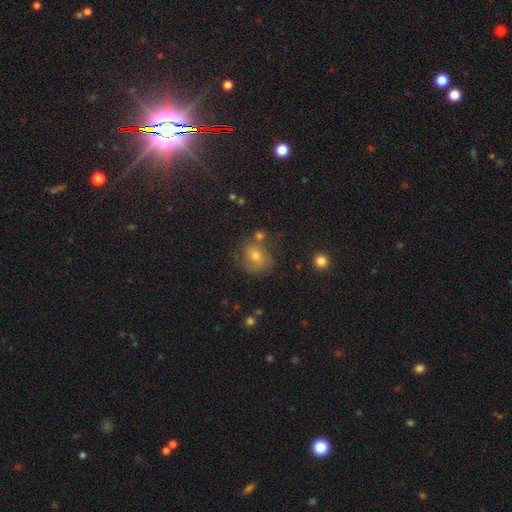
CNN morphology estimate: Smooth or featured?
  - smooth: 48% *
  - featured or disk: 30%
  - star or artifact: 22%
Merging?
  - none: 61% *
  - minor disturbance: 19%
  - merger: 10%
  - major disturbance: 9%